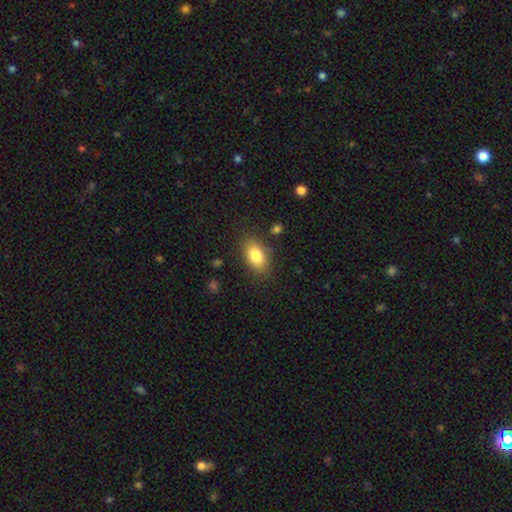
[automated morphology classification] The model was most divided on "merging": none: 81%, minor disturbance: 13%, major disturbance: 4%, merger: 2%. More confident: how rounded — in between (88%); smooth or featured — smooth (83%).